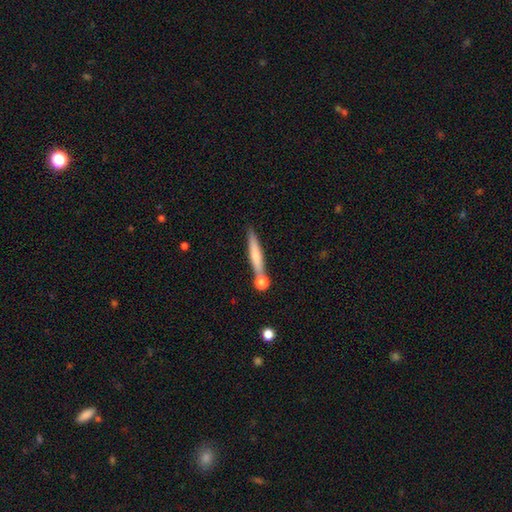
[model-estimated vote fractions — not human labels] A smooth galaxy with no disk features (63%) that is cigar-shaped (92%).

Vote fractions:
- Smooth or featured? smooth: 63% / featured or disk: 31% / star or artifact: 6%
- How rounded? cigar-shaped: 92% / in between: 6% / round: 2%
- Merging? none: 71% / merger: 15% / minor disturbance: 12% / major disturbance: 3%